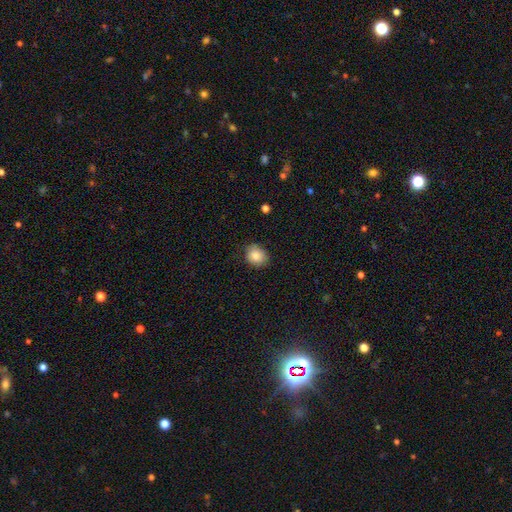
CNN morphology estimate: A smooth galaxy with no disk features (84%) that is round (68%). Merging: none (79%).